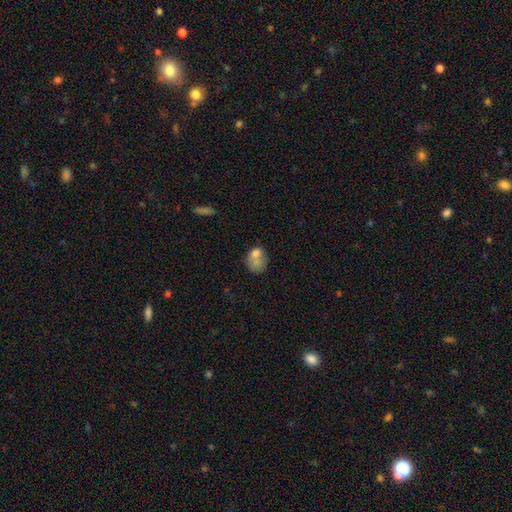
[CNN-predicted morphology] Q: Smooth or featured?
A: smooth (73%); runner-up: featured or disk (17%)
Q: How rounded?
A: in between (53%); runner-up: round (46%)
Q: Merging?
A: merger (32%); tied with: none (32%)